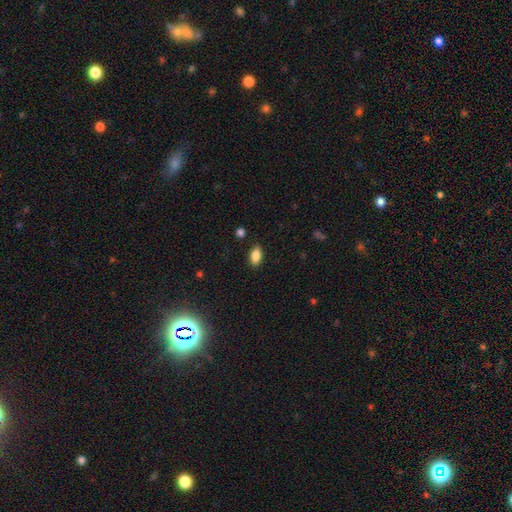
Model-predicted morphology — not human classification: smooth 86%, star or artifact 8%, featured or disk 6%. Down the decision tree: how rounded — in between (90%); merging — none (87%).